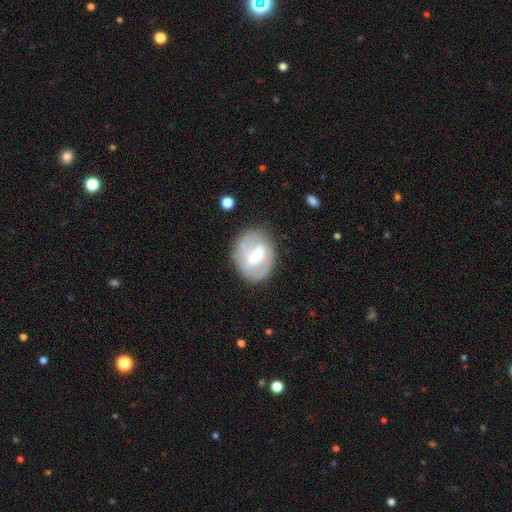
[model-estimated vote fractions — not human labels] smooth-or-featured: featured or disk: 64% | smooth: 29% | star or artifact: 7%
  disk-edge-on: no: 96% | yes: 4%
    bar: weak: 44% | strong: 38% | no: 18%
    has-spiral-arms: yes: 57% | no: 43%
    bulge-size: moderate: 49% | small: 39% | large: 6% | none: 4% | dominant: 1%
  merging: none: 71% | minor disturbance: 18% | major disturbance: 7% | merger: 3%